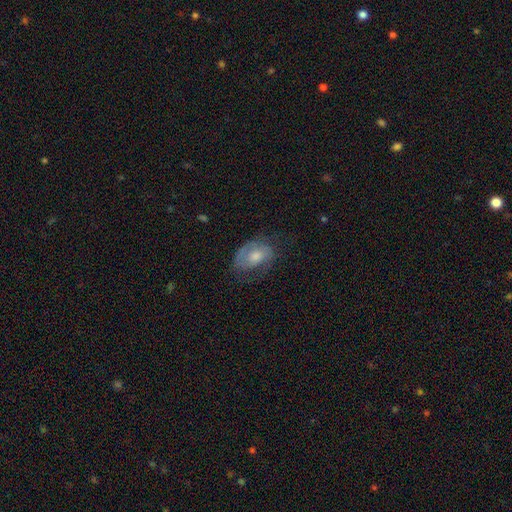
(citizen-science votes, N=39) Q: Smooth or featured?
A: featured or disk (59%); runner-up: smooth (33%)
Q: Edge-on disk?
A: no (96%); runner-up: yes (4%)
Q: Bar?
A: no (68%); runner-up: weak (27%)
Q: Spiral arms?
A: yes (82%); runner-up: no (18%)
Q: Spiral winding?
A: tight (44%); tied with: medium (44%)
Q: Spiral arm count?
A: 2 (61%); runner-up: 1 (22%)
Q: Bulge size?
A: moderate (82%); runner-up: large (9%)
Q: Merging?
A: none (36%); runner-up: minor disturbance (33%)